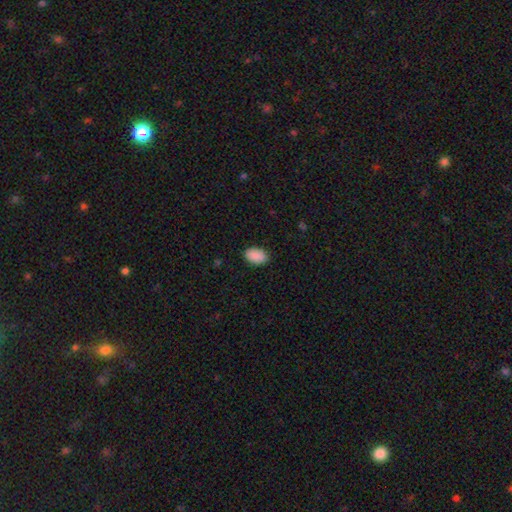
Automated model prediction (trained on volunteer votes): smooth 91%, star or artifact 7%, featured or disk 2%. Down the decision tree: how rounded — in between (90%); merging — none (88%).